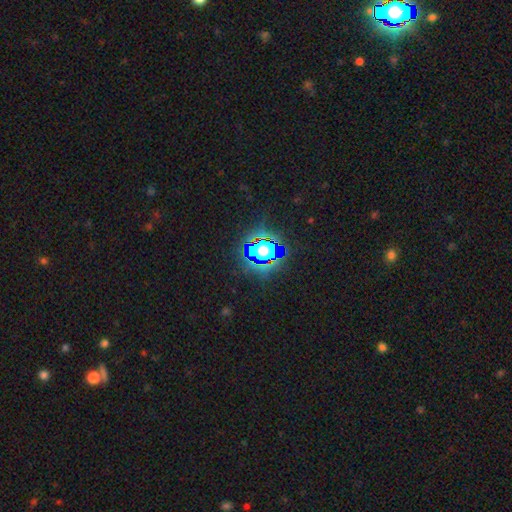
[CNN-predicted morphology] Smooth or featured?
  - star or artifact: 80% *
  - smooth: 13%
  - featured or disk: 7%